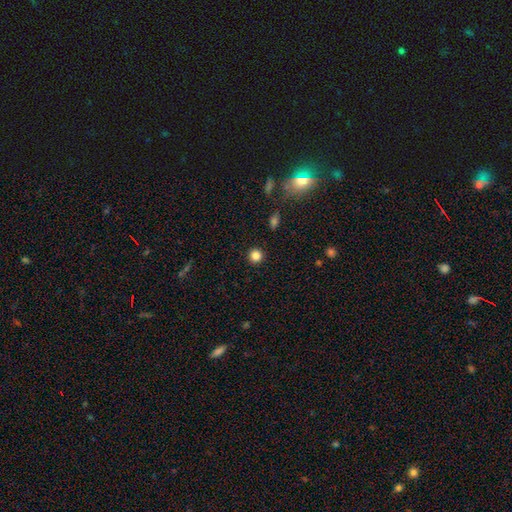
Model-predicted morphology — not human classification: The model was most divided on "smooth or featured": smooth: 84%, star or artifact: 12%, featured or disk: 4%. More confident: how rounded — round (94%); merging — none (92%).